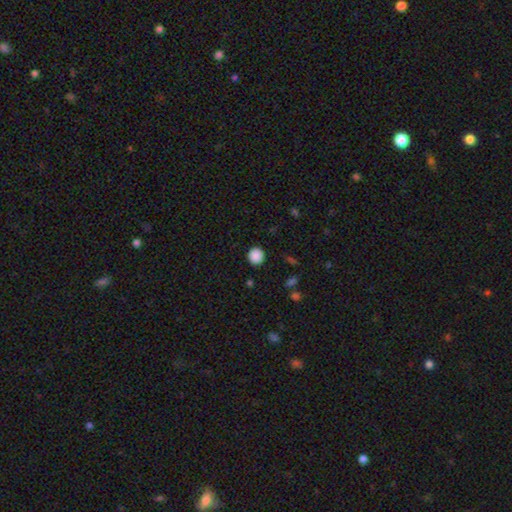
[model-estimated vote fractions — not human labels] smooth 88%, star or artifact 9%, featured or disk 3%. Down the decision tree: how rounded — round (91%); merging — none (91%).